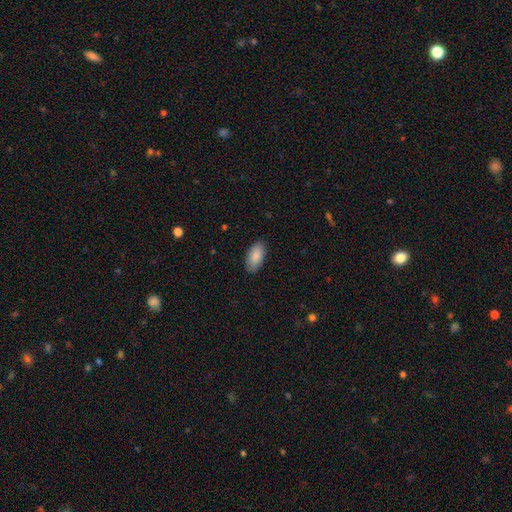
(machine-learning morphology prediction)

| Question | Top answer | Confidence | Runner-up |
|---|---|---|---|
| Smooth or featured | smooth | 88% | featured or disk (6%) |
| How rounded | in between | 94% | cigar-shaped (4%) |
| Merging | none | 87% | minor disturbance (10%) |